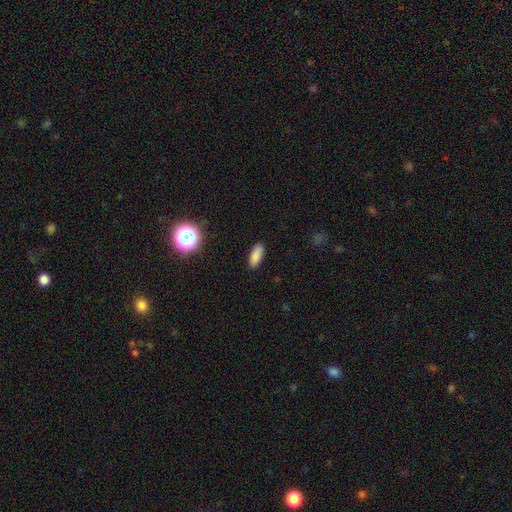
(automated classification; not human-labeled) Q: Smooth or featured?
A: smooth (85%); runner-up: star or artifact (10%)
Q: How rounded?
A: in between (77%); runner-up: cigar-shaped (20%)
Q: Merging?
A: none (89%); runner-up: minor disturbance (8%)